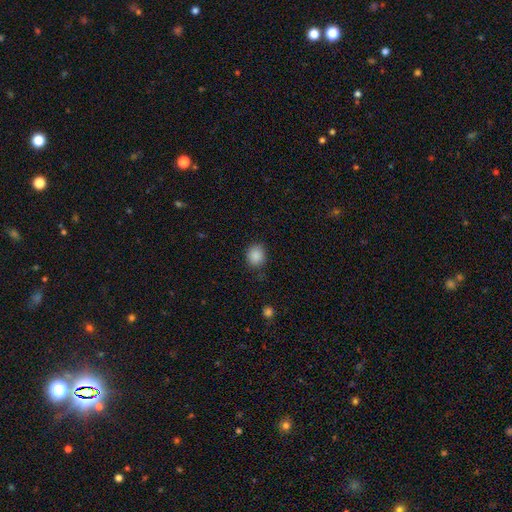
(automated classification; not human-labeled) Smooth or featured? Predicted: smooth (p=0.87). How rounded? Predicted: round (p=0.68). Merging? Predicted: none (p=0.81).